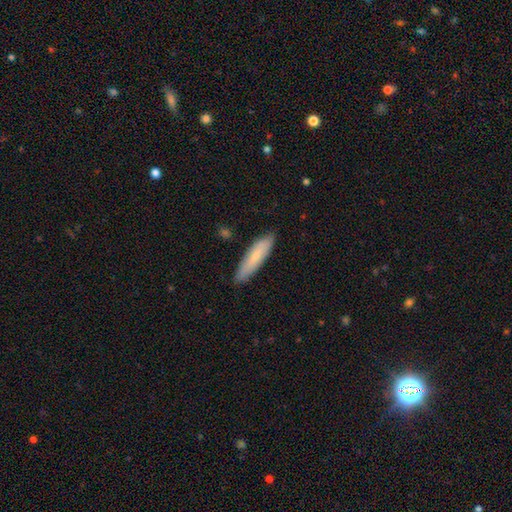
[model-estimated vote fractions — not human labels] This is likely a smooth galaxy (74%). How rounded: likely cigar-shaped (74%). Merging: clearly none (85%).